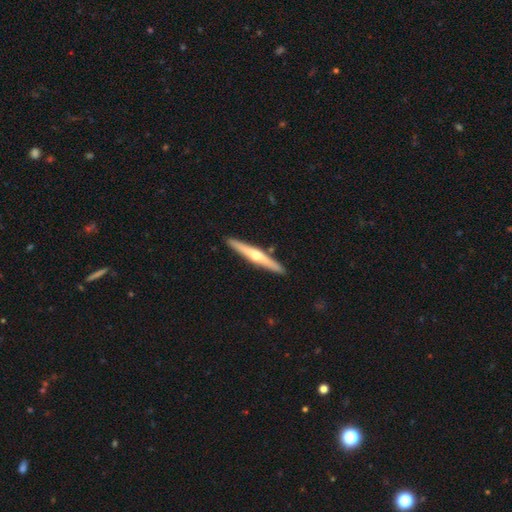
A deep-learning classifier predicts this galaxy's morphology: type=featured or disk (67%); edge-on=yes (97%); edge-on bulge=rounded (90%); merging=none (91%).